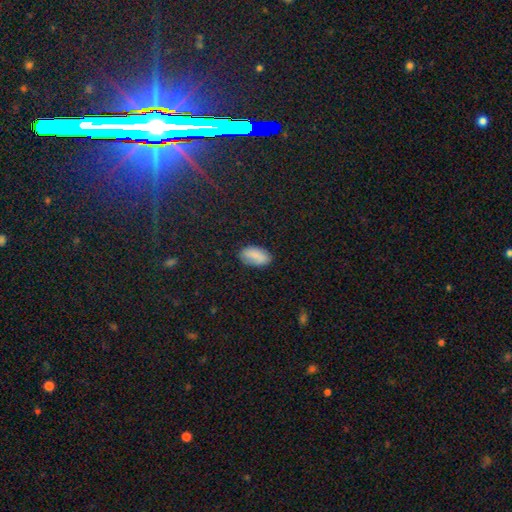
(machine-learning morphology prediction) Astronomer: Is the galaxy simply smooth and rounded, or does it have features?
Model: smooth — 86%.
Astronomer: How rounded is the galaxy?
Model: in between — 94%.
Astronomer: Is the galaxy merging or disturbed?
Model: none — 80%.